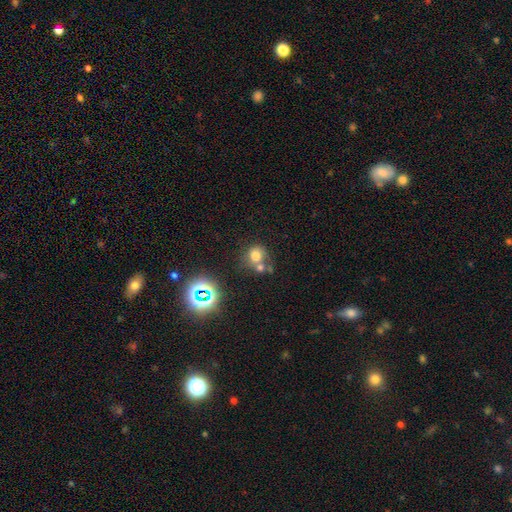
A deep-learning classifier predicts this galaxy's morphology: This appears to be a smooth galaxy with no disk features (69%) that is round (80%). Merging: none (45%).